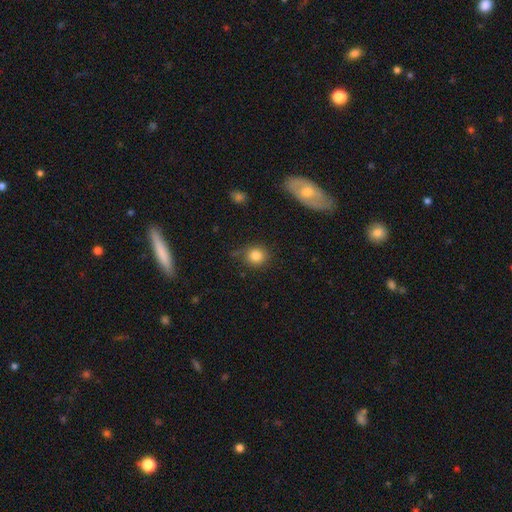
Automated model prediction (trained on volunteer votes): A smooth galaxy with no disk features (83%) that is round (85%). Merging: none (79%).